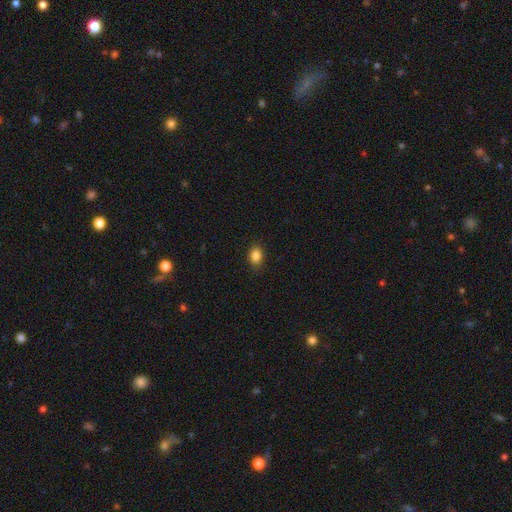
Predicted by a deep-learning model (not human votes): Smooth or featured: smooth — 86% (star or artifact — 10%)
How rounded: in between — 73% (round — 26%)
Merging: none — 88% (minor disturbance — 9%)